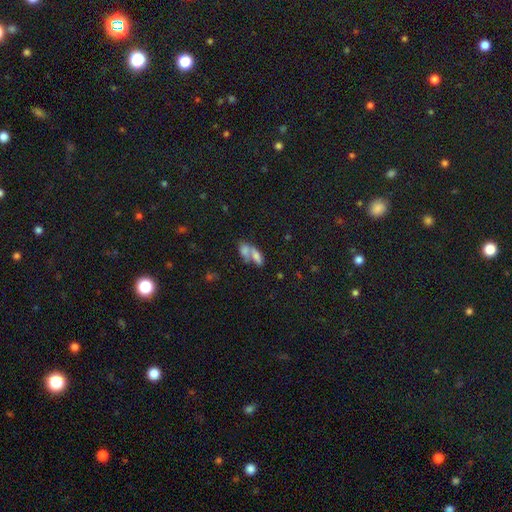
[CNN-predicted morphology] This appears to be a smooth galaxy with no disk features (67%) that is in between round and cigar-shaped (80%). Merging: merger (65%).